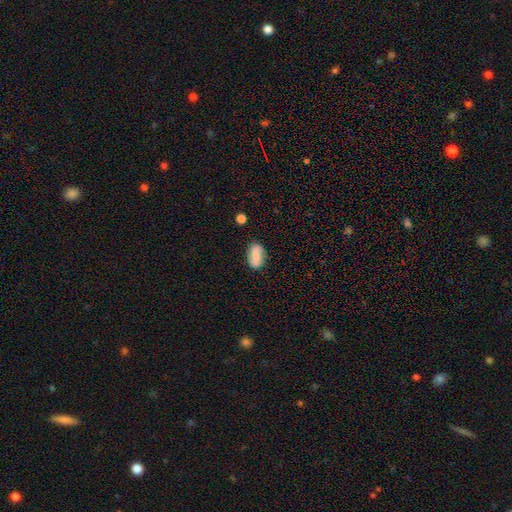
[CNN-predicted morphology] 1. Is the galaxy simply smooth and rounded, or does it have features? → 54% smooth, 38% featured or disk, 8% star or artifact.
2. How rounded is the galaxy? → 88% in between, 7% round, 4% cigar-shaped.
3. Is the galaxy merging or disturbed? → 80% none, 14% minor disturbance, 3% major disturbance, 2% merger.